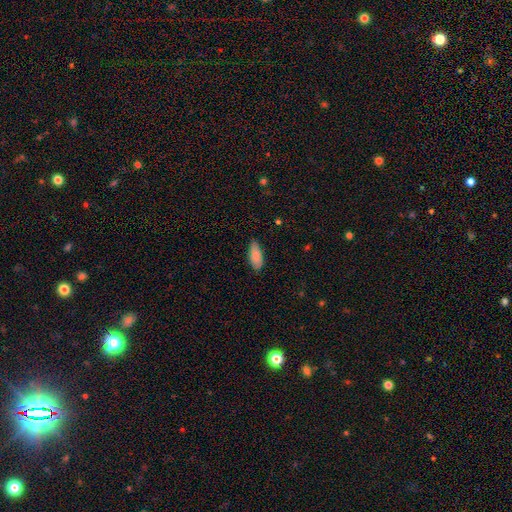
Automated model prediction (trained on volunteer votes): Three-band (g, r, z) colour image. It shows a smooth galaxy with no disk features (85%) that is in between round and cigar-shaped (82%). Merging: none (80%).